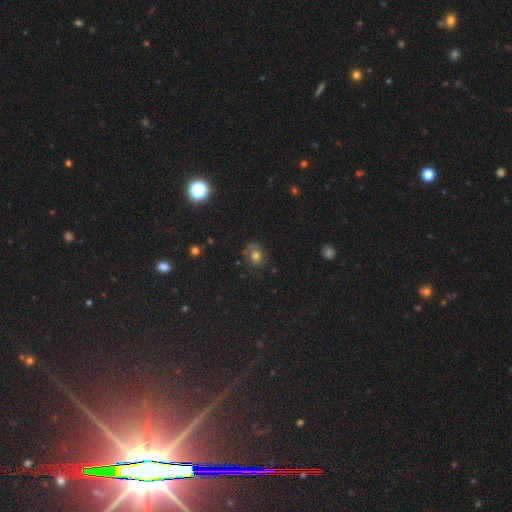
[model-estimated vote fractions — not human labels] Smooth or featured? Predicted: smooth (p=0.62). How rounded? Predicted: round (p=0.57). Merging? Predicted: none (p=0.64).